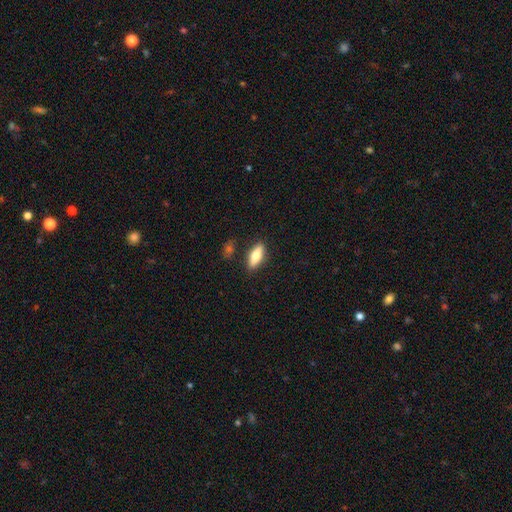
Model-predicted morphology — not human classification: The model was most divided on "how rounded": in between: 65%, cigar-shaped: 32%, round: 3%. More confident: merging — none (85%); smooth or featured — smooth (66%).